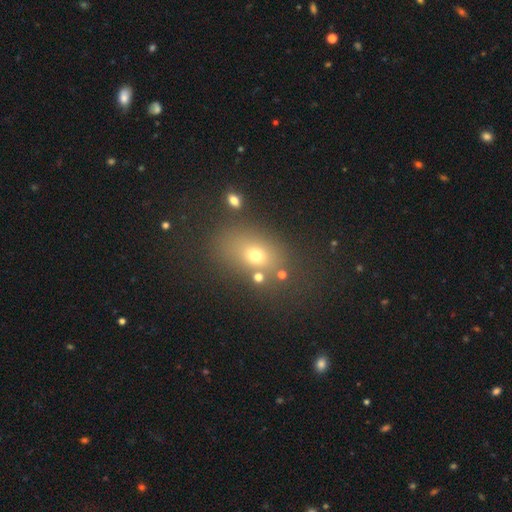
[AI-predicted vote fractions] smooth 64%, star or artifact 20%, featured or disk 16%. Down the decision tree: how rounded — in between (64%); merging — none (67%).